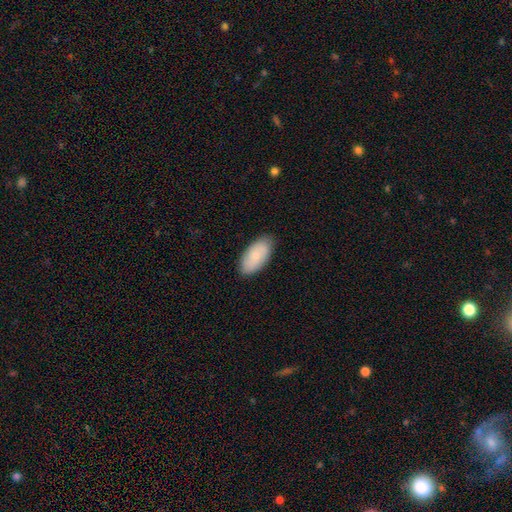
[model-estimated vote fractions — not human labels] Smooth or featured? smooth (78%)
How rounded? in between (94%)
Merging? none (85%)